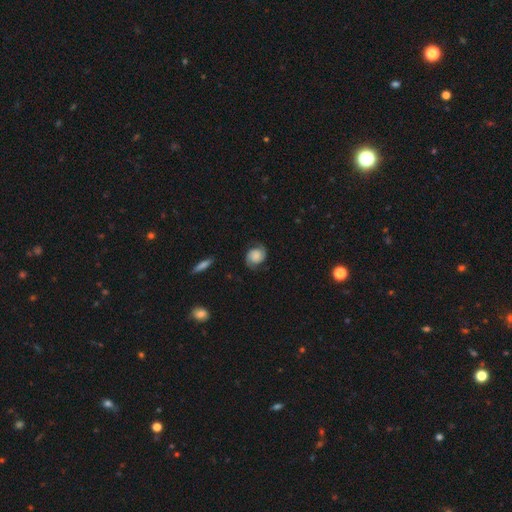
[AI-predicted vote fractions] A featured or disk galaxy (56%) with no bar (73%), 2 (90%) medium (42%) spiral arms (93%) and no central bulge (34%).

Vote fractions:
- Smooth or featured? featured or disk: 56% / smooth: 35% / star or artifact: 9%
- Edge-on disk? no: 97% / yes: 3%
- Bar? no: 73% / weak: 22% / strong: 5%
- Spiral arms? yes: 93% / no: 7%
- Spiral winding? medium: 42% / tight: 36% / loose: 22%
- Spiral arm count? 2: 90% / can't tell: 5% / 1: 2% / 3: 1% / 4: 1% / more than 4: 1%
- Bulge size? none: 34% / large: 23% / small: 16% / moderate: 15% / dominant: 11%
- Merging? none: 74% / minor disturbance: 19% / major disturbance: 6% / merger: 1%